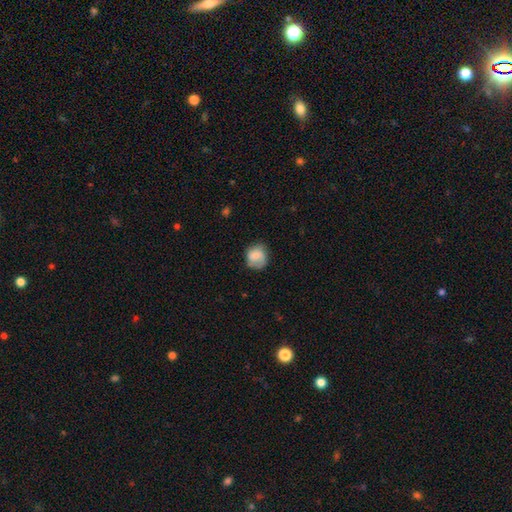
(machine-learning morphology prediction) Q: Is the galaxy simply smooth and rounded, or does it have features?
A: smooth — 73%.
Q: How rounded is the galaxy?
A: round — 75%.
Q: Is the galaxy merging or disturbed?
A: none — 61%.